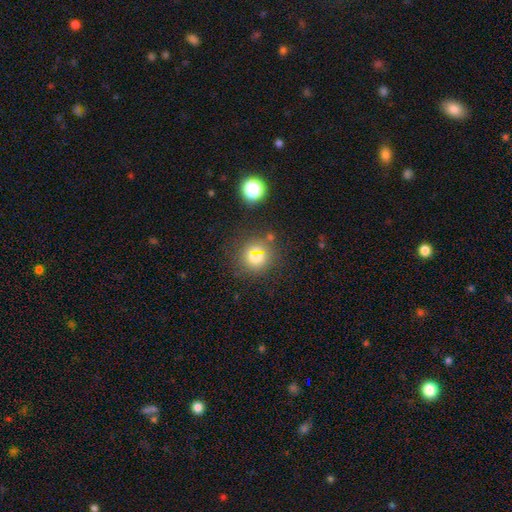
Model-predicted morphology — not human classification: A smooth galaxy with no disk features (61%) that is round (88%). Merging: none (80%).